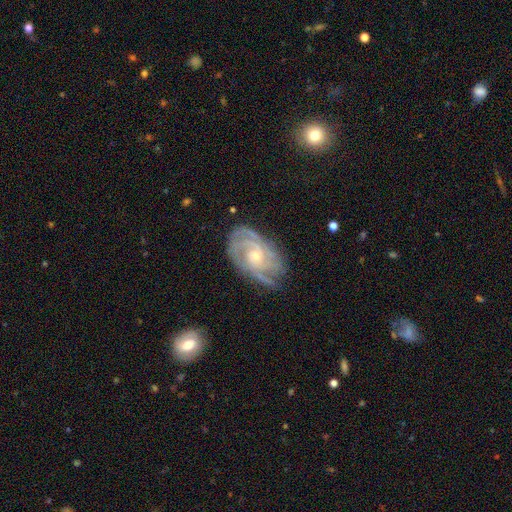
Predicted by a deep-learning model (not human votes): Smooth or featured? Predicted: featured or disk (p=0.87). Edge-on disk? Predicted: no (p=0.97). Bar? Predicted: no (p=0.69). Spiral arms? Predicted: yes (p=0.97). Spiral winding? Predicted: tight (p=0.66). Spiral arm count? Predicted: 3 (p=0.28). Bulge size? Predicted: small (p=0.61). Merging? Predicted: none (p=0.74).